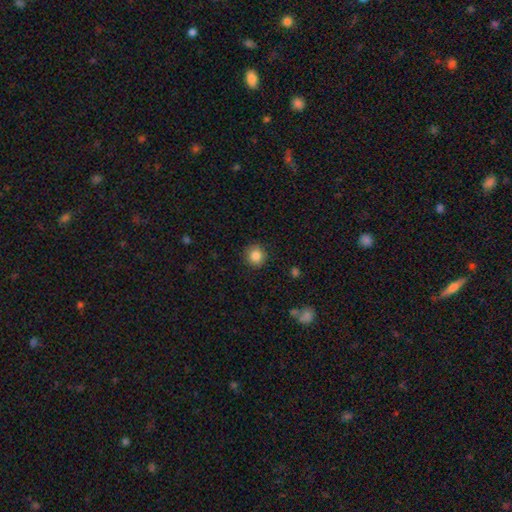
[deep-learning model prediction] Smooth or featured? smooth (86%)
How rounded? round (91%)
Merging? none (90%)